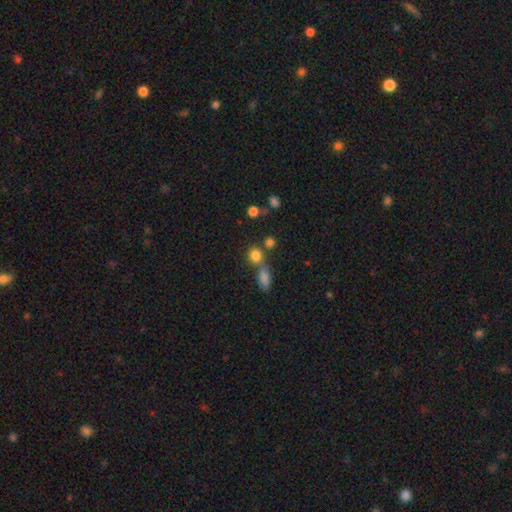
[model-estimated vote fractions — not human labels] smooth-or-featured: smooth: 80% | star or artifact: 13% | featured or disk: 7%
  how-rounded: round: 76% | in between: 21% | cigar-shaped: 2%
  merging: none: 58% | merger: 28% | minor disturbance: 10% | major disturbance: 4%